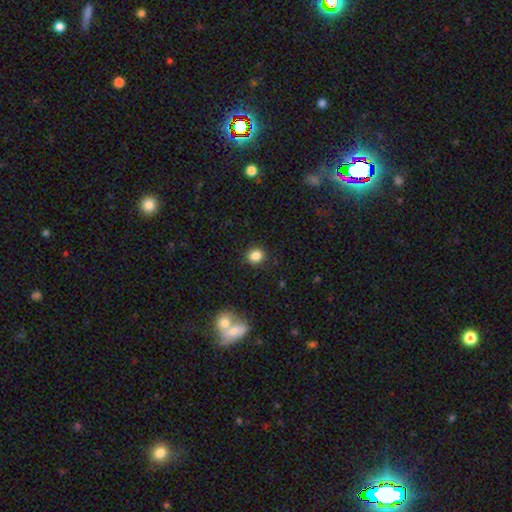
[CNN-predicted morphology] This is clearly a smooth galaxy (85%). How rounded: likely round (79%). Merging: clearly none (90%).